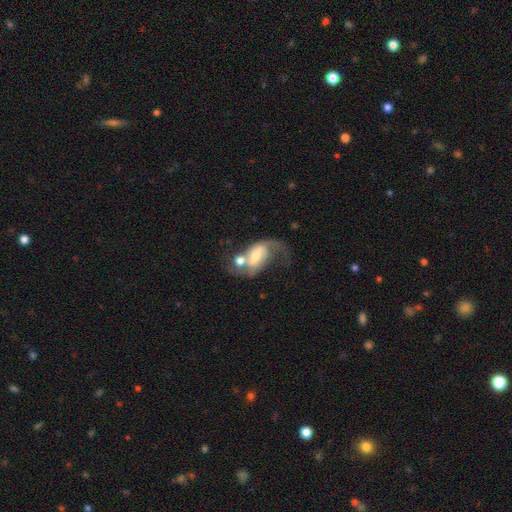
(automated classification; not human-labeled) Smooth or featured? Predicted: featured or disk (p=0.66). Edge-on disk? Predicted: no (p=0.96). Bar? Predicted: weak (p=0.43). Spiral arms? Predicted: yes (p=0.84). Spiral winding? Predicted: loose (p=0.69). Spiral arm count? Predicted: 2 (p=0.67). Bulge size? Predicted: moderate (p=0.46). Merging? Predicted: merger (p=0.43).